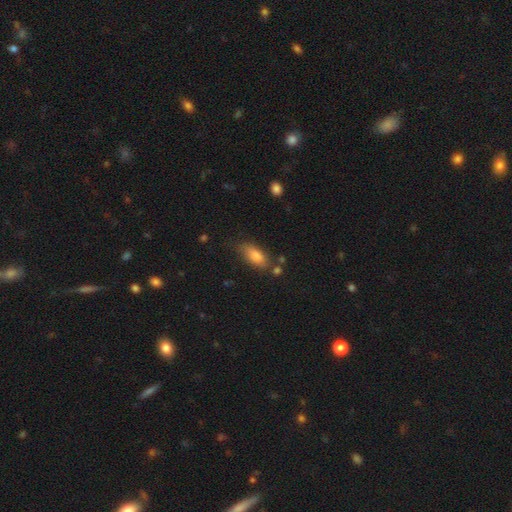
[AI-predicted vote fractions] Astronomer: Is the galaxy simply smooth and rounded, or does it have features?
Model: smooth — 79%.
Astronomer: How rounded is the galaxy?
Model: in between — 79%.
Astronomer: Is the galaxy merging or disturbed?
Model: none — 68%.